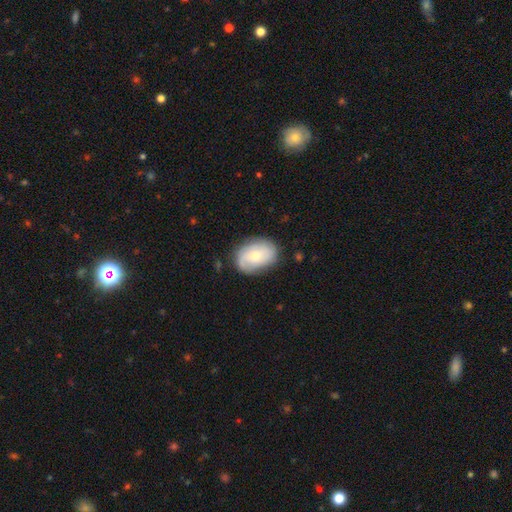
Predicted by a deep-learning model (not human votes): Q: Smooth or featured?
A: smooth (50%); runner-up: featured or disk (43%)
Q: Merging?
A: none (75%); runner-up: minor disturbance (18%)